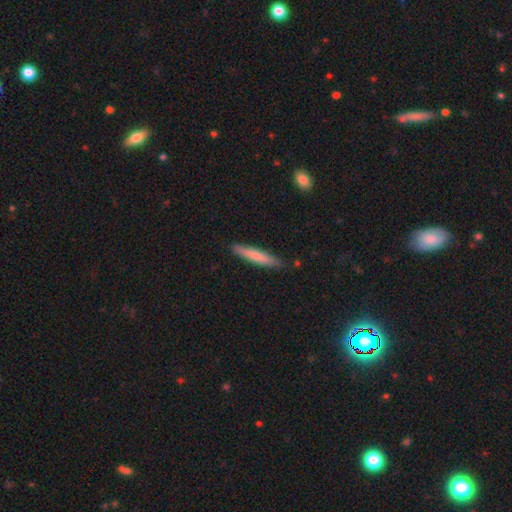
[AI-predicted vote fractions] Overall: smooth (73%). How rounded: cigar-shaped (92%). Merging: none (86%).